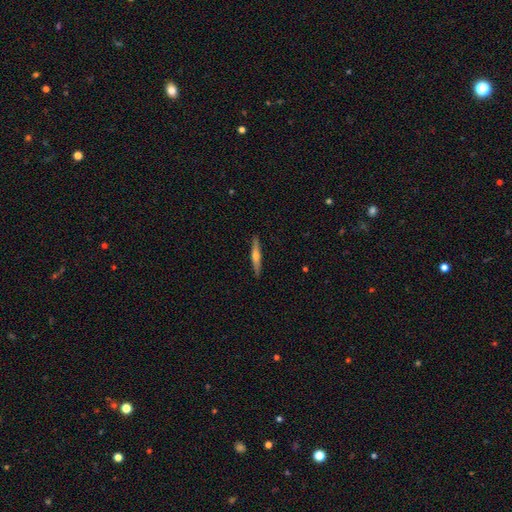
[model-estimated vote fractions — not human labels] Smooth or featured?
  - featured or disk: 54% *
  - smooth: 41%
  - star or artifact: 6%
Edge-on disk?
  - yes: 95% *
  - no: 5%
Edge-on bulge?
  - rounded: 86% *
  - none: 11%
  - boxy: 3%
Merging?
  - none: 91% *
  - minor disturbance: 7%
  - major disturbance: 1%
  - merger: 1%